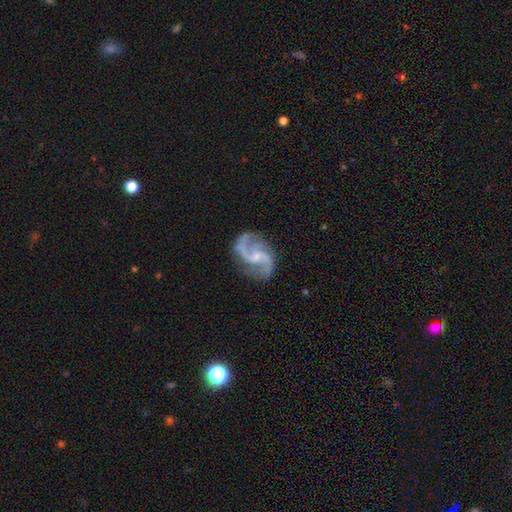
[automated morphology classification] Q: Smooth or featured?
A: featured or disk (92%); runner-up: star or artifact (5%)
Q: Edge-on disk?
A: no (98%); runner-up: yes (2%)
Q: Bar?
A: weak (45%); runner-up: no (44%)
Q: Spiral arms?
A: yes (98%); runner-up: no (2%)
Q: Spiral winding?
A: loose (47%); runner-up: medium (45%)
Q: Spiral arm count?
A: 2 (90%); runner-up: 3 (3%)
Q: Bulge size?
A: small (62%); runner-up: moderate (25%)
Q: Merging?
A: none (76%); runner-up: minor disturbance (16%)